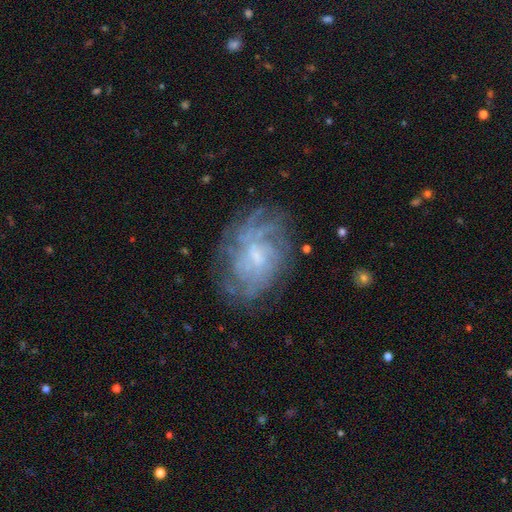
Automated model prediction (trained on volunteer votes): featured or disk 76%, smooth 15%, star or artifact 10%. Down the decision tree: edge-on disk — no (97%); bar — no (56%); spiral arms — yes (85%); spiral arm count — can't tell (50%); spiral winding — tight (56%); bulge size — small (55%); merging — none (71%).